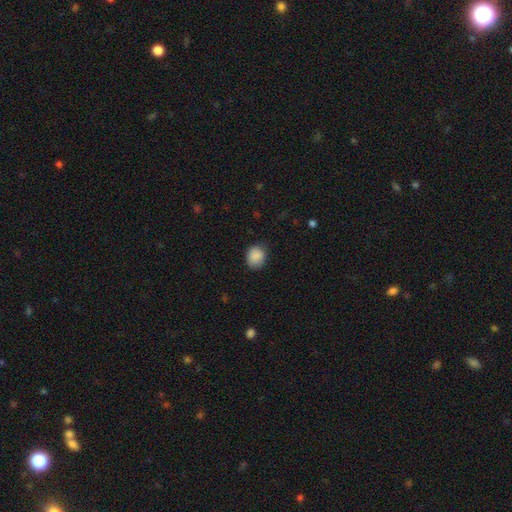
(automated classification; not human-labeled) smooth-or-featured: smooth: 88% | star or artifact: 8% | featured or disk: 4%
  how-rounded: round: 64% | in between: 35% | cigar-shaped: 1%
  merging: none: 78% | minor disturbance: 17% | major disturbance: 4% | merger: 1%